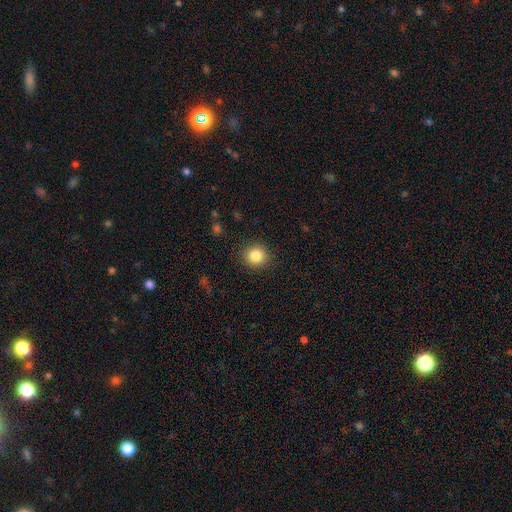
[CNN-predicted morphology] Smooth or featured?
  - smooth: 85% *
  - star or artifact: 10%
  - featured or disk: 5%
How rounded?
  - round: 89% *
  - in between: 10%
  - cigar-shaped: 1%
Merging?
  - none: 90% *
  - minor disturbance: 6%
  - major disturbance: 2%
  - merger: 1%